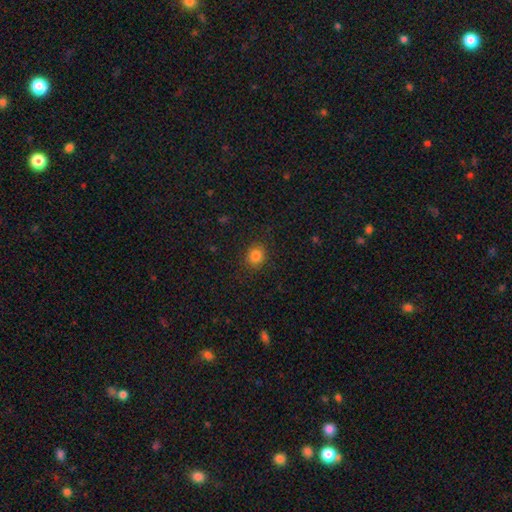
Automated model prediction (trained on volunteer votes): This is clearly a smooth galaxy (84%). How rounded: likely round (77%). Merging: clearly none (88%).